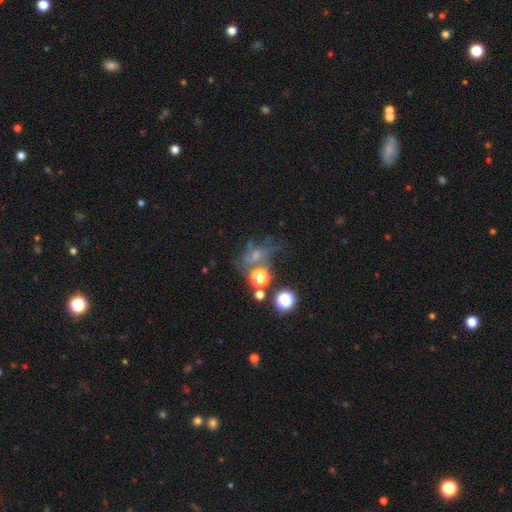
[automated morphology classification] This appears to be a star or artifact, not a galaxy (39%).